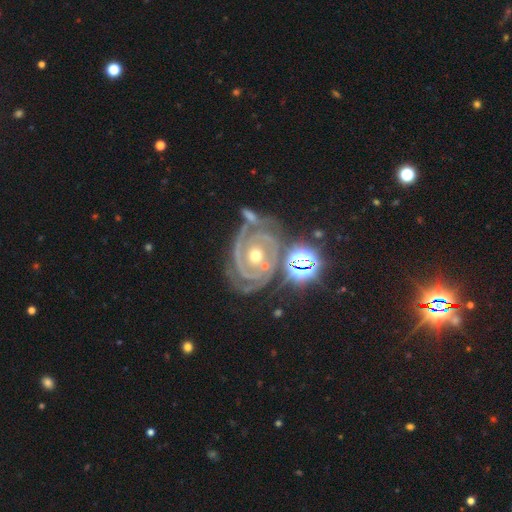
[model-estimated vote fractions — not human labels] A featured or disk galaxy (90%) with no bar (69%), 2 (47%) tight (83%) spiral arms (98%) and a moderate central bulge (55%). Merging: none (63%).